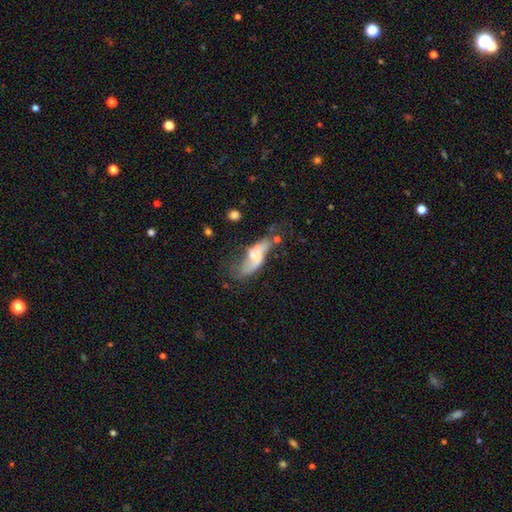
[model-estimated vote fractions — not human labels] Smooth or featured? Predicted: featured or disk (p=0.57). Edge-on disk? Predicted: no (p=0.85). Merging? Predicted: major disturbance (p=0.34).